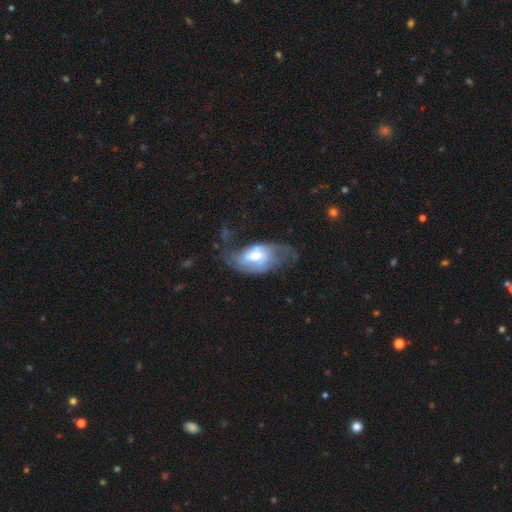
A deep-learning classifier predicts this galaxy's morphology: Q: Smooth or featured?
A: featured or disk (66%); runner-up: smooth (28%)
Q: Edge-on disk?
A: no (94%); runner-up: yes (6%)
Q: Bar?
A: no (47%); runner-up: weak (41%)
Q: Spiral arms?
A: yes (80%); runner-up: no (20%)
Q: Bulge size?
A: moderate (57%); runner-up: small (27%)
Q: Merging?
A: none (38%); runner-up: major disturbance (35%)